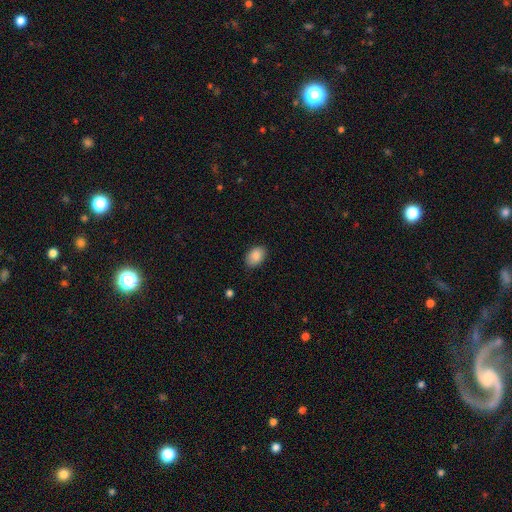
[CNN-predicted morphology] A smooth galaxy with no disk features (89%) that is in between round and cigar-shaped (84%). Merging: none (85%).